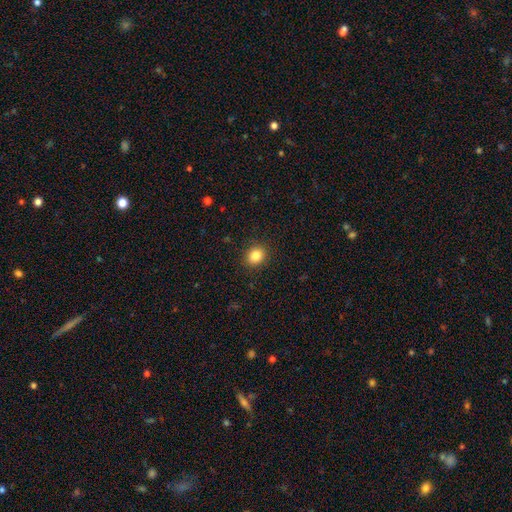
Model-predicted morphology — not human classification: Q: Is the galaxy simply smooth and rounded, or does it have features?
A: smooth — 84%.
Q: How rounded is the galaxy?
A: round — 73%.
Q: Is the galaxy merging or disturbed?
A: none — 91%.